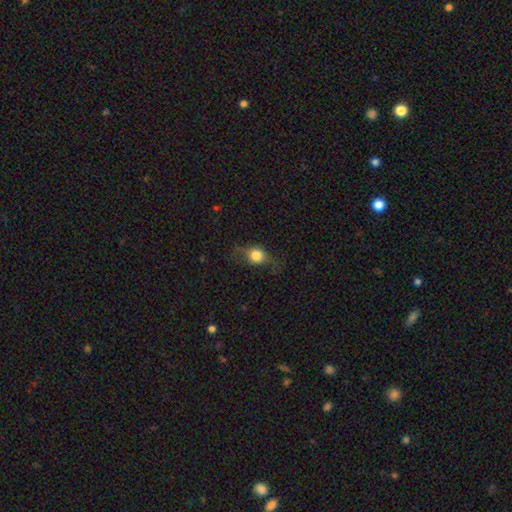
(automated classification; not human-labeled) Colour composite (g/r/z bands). It shows a smooth galaxy with no disk features (69%) that is round (57%). Merging: none (61%).